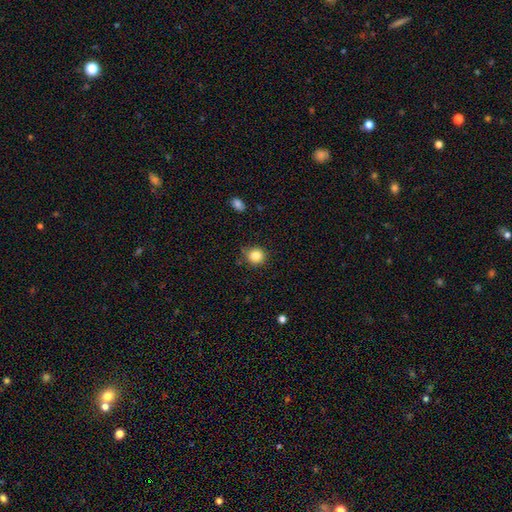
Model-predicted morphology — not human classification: The model was most divided on "merging": none: 79%, minor disturbance: 16%, major disturbance: 3%, merger: 2%. More confident: how rounded — round (89%); smooth or featured — smooth (84%).